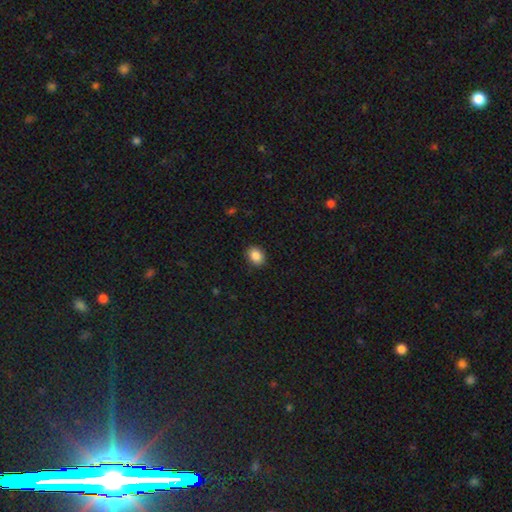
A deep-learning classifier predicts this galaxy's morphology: Smooth or featured: smooth — 87% (star or artifact — 9%)
How rounded: in between — 53% (round — 46%)
Merging: none — 89% (minor disturbance — 8%)